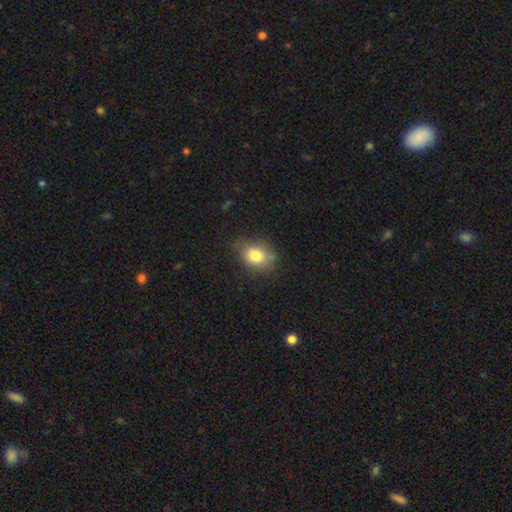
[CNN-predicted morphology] smooth_or_featured: smooth (p=0.80) [alt: star or artifact p=0.10]
how_rounded: in between (p=0.50) [alt: round p=0.49]
merging: none (p=0.69) [alt: minor disturbance p=0.23]